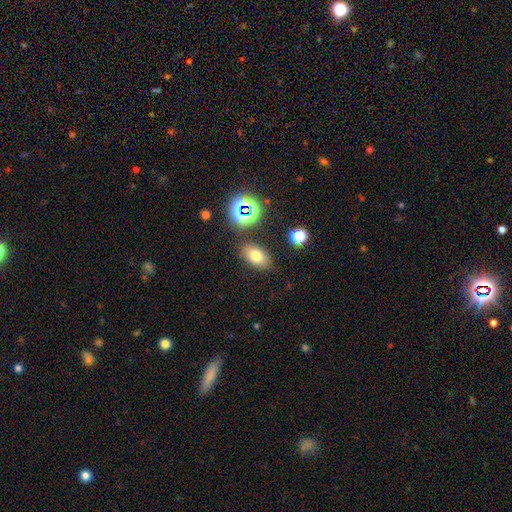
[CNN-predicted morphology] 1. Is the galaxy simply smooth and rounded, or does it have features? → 71% smooth, 17% star or artifact, 12% featured or disk.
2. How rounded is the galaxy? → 85% in between, 13% round, 2% cigar-shaped.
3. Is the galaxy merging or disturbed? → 82% none, 10% minor disturbance, 4% merger, 4% major disturbance.